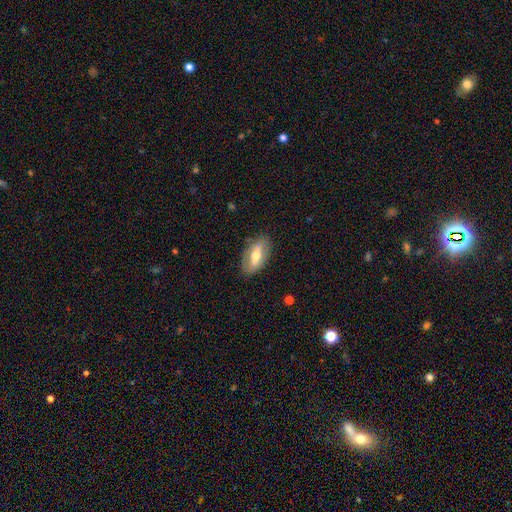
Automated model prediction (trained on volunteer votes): A featured or disk galaxy (48%).

Vote fractions:
- Smooth or featured? featured or disk: 48% / smooth: 45% / star or artifact: 6%
- Merging? none: 83% / minor disturbance: 13% / major disturbance: 4% / merger: 1%